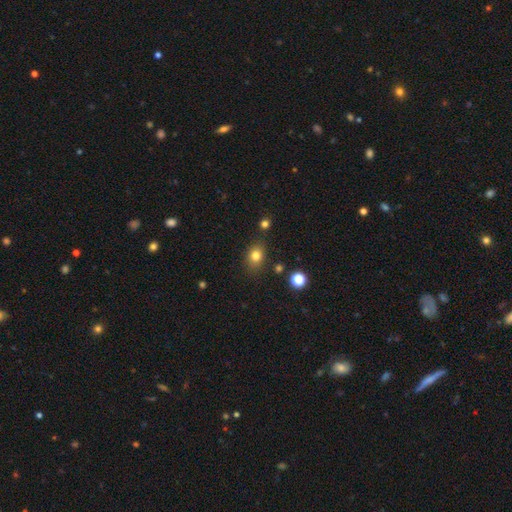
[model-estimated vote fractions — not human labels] This is clearly a smooth galaxy (80%). How rounded: possibly in between (54%). Merging: likely none (79%).